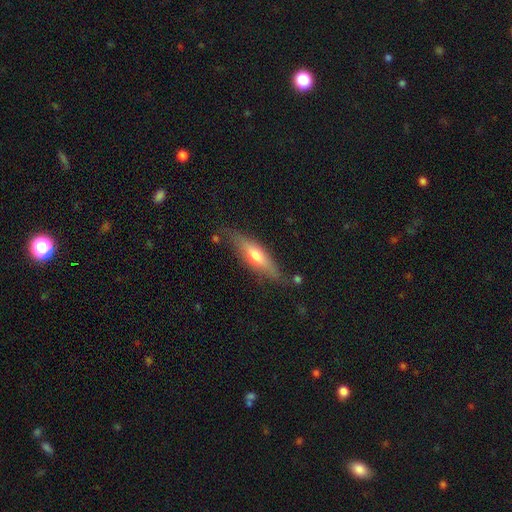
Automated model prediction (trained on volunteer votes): A smooth galaxy with no disk features (48%). Merging: none (74%).